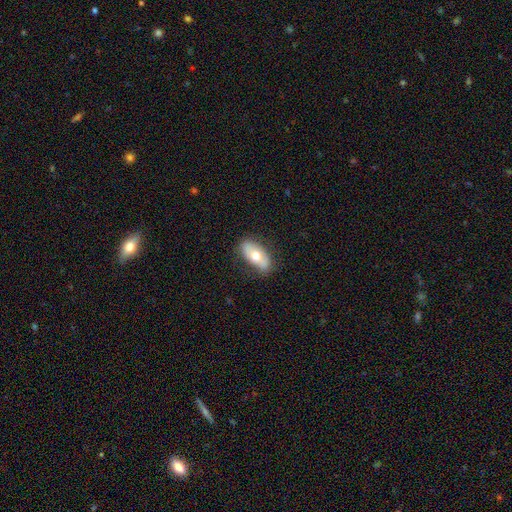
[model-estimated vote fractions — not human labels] A smooth galaxy with no disk features (63%) that is in between round and cigar-shaped (89%). Merging: none (81%).